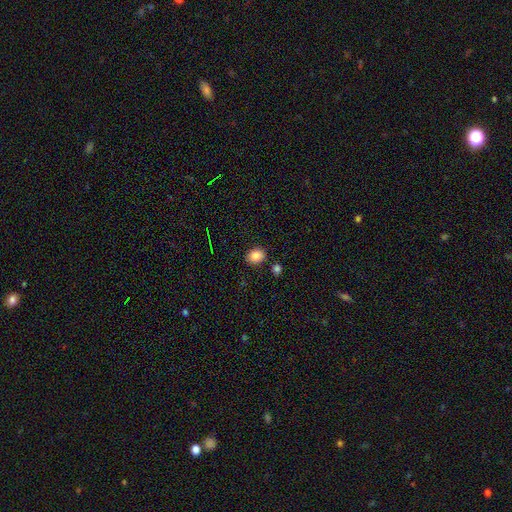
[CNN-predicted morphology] Smooth or featured?
  - smooth: 84% *
  - star or artifact: 10%
  - featured or disk: 6%
How rounded?
  - in between: 52% *
  - round: 47%
  - cigar-shaped: 1%
Merging?
  - none: 83% *
  - minor disturbance: 10%
  - merger: 5%
  - major disturbance: 3%